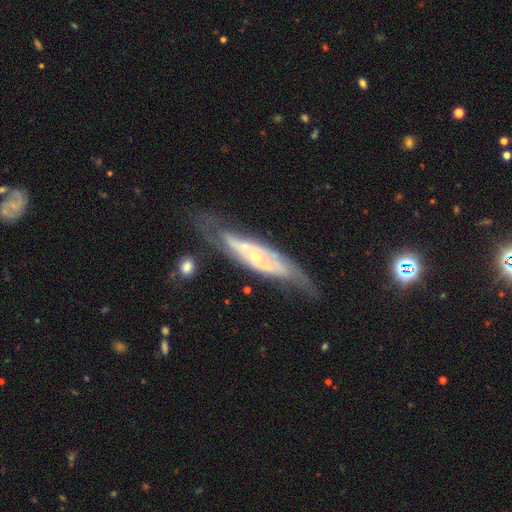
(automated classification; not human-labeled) This appears to be a featured or disk galaxy (81%) with no bar (66%), spiral arms (83%) and a small central bulge (69%). Merging: none (59%).